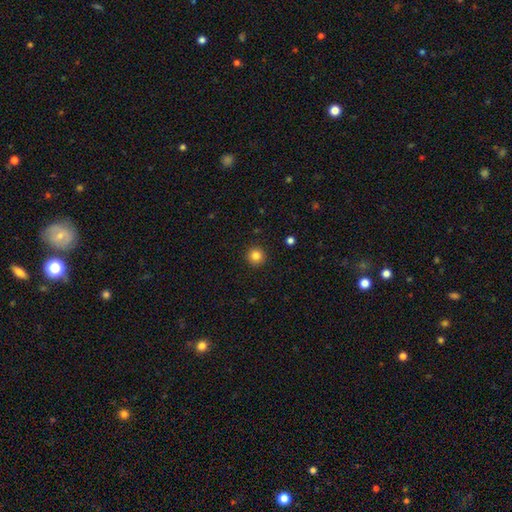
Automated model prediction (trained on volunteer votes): Morphology: type=smooth (84%); roundness=round (95%); merging=none (93%).